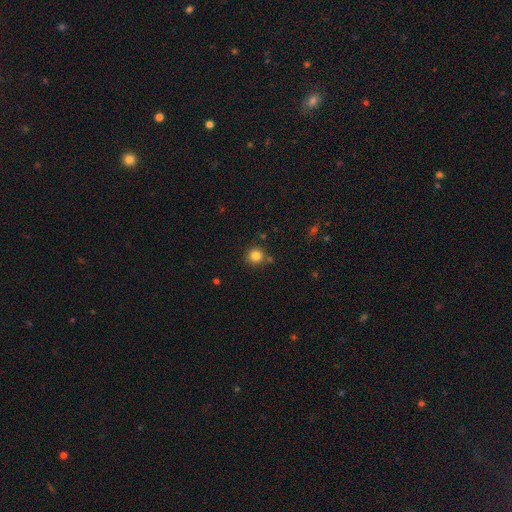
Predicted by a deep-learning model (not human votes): Overall: smooth (83%). How rounded: round (93%). Merging: none (82%).